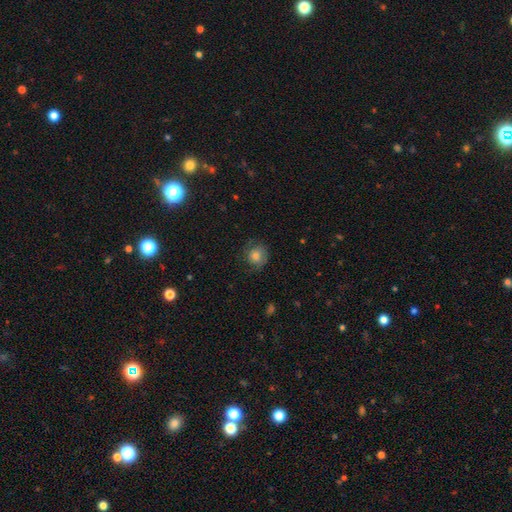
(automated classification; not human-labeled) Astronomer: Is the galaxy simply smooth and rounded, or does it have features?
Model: smooth — 71%.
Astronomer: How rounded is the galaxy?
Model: round — 85%.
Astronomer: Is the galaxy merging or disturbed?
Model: none — 70%.